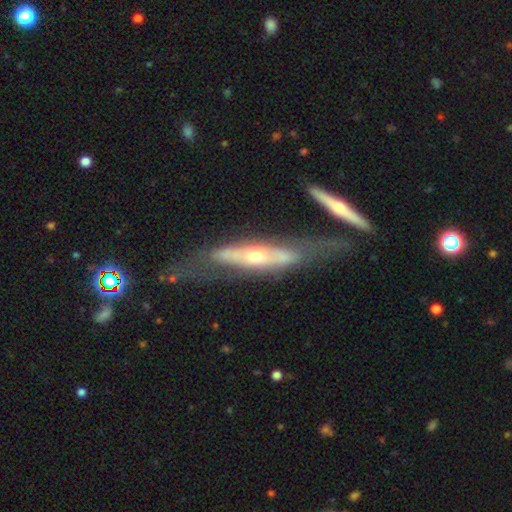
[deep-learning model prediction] Smooth or featured? featured or disk (69%)
Edge-on disk? yes (54%)
Merging? none (44%)